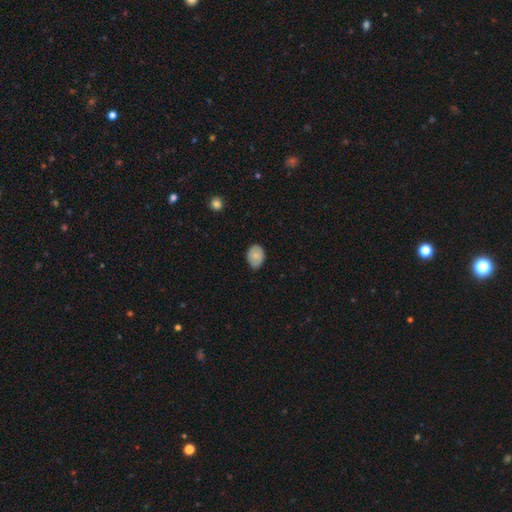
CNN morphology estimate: Smooth or featured? Predicted: smooth (p=0.76). How rounded? Predicted: in between (p=0.70). Merging? Predicted: none (p=0.77).